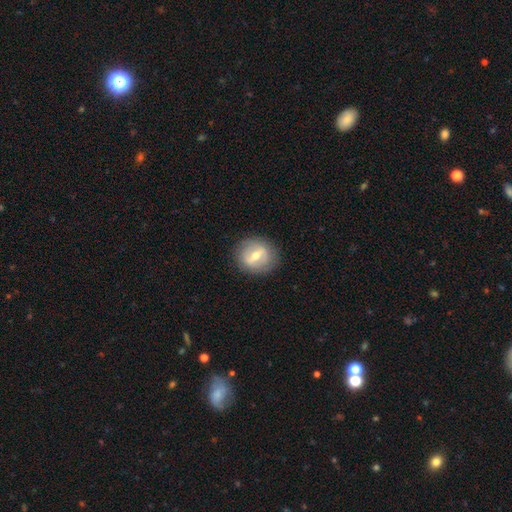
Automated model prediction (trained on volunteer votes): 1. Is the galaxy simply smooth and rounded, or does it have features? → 57% featured or disk, 36% smooth, 7% star or artifact.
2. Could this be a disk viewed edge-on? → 90% no, 10% yes.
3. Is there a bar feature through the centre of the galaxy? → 54% strong, 35% weak, 11% no.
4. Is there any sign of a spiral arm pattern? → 77% no, 23% yes.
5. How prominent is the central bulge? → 67% moderate, 25% small, 6% large, 1% none, 1% dominant.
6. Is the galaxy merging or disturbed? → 84% none, 11% minor disturbance, 4% major disturbance, 1% merger.